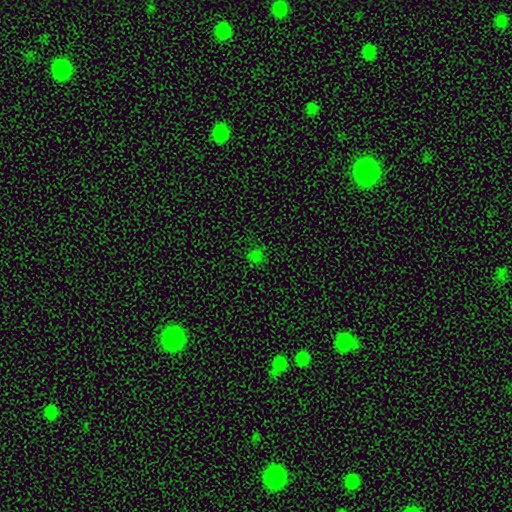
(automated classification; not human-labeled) Smooth or featured? smooth (55%)
How rounded? round (82%)
Merging? none (81%)